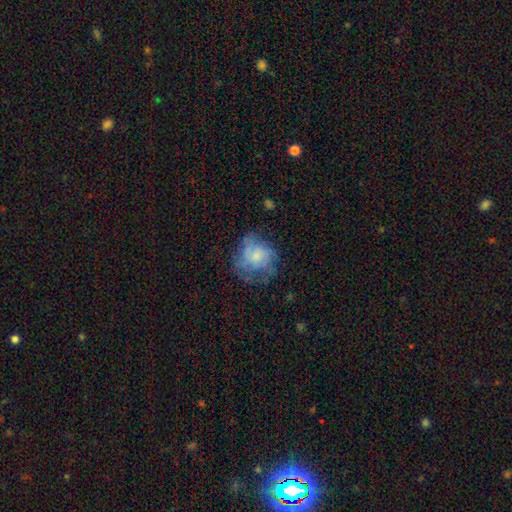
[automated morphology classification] This is possibly a smooth galaxy (52%). How rounded: likely round (70%). Merging: possibly none (46%).